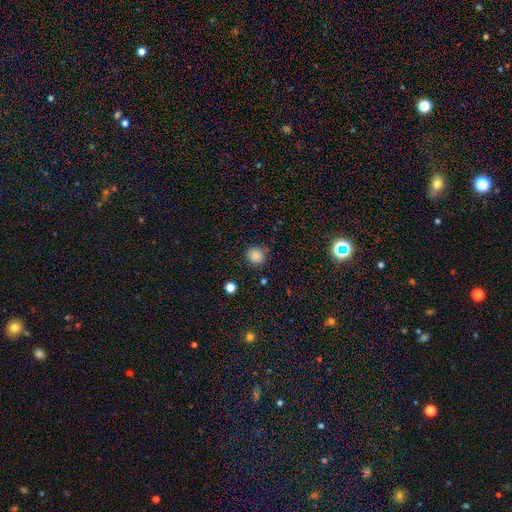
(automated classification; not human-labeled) Q: Smooth or featured?
A: smooth (84%); runner-up: star or artifact (12%)
Q: How rounded?
A: round (90%); runner-up: in between (9%)
Q: Merging?
A: none (81%); runner-up: minor disturbance (13%)